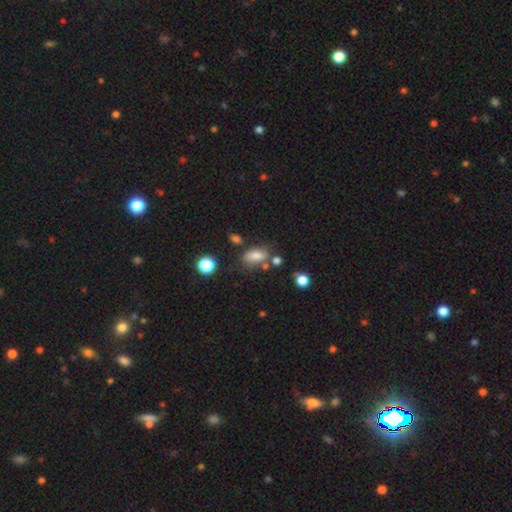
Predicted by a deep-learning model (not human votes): Smooth or featured: smooth — 76% (star or artifact — 12%)
How rounded: in between — 84% (round — 9%)
Merging: none — 65% (minor disturbance — 18%)